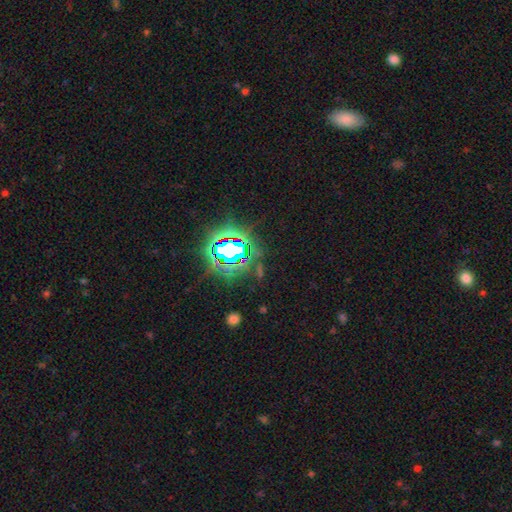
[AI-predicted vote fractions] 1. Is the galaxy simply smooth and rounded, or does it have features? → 80% star or artifact, 11% smooth, 9% featured or disk.